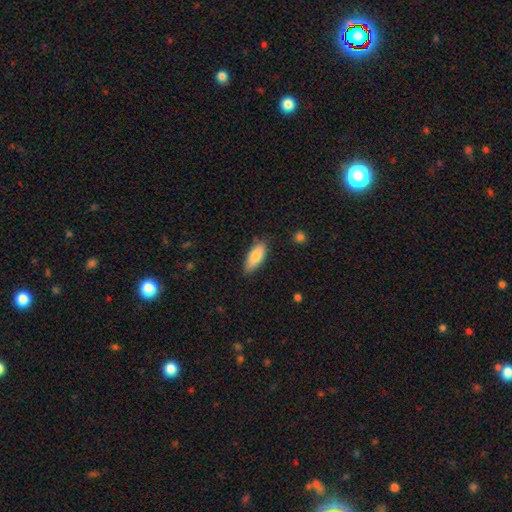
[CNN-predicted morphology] This is clearly a smooth galaxy (83%). How rounded: likely in between (79%). Merging: likely none (78%).